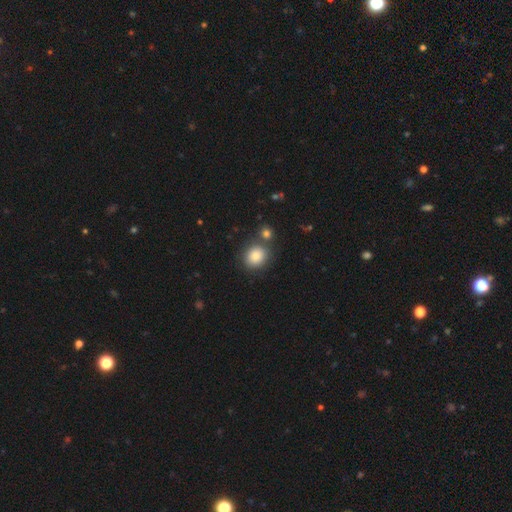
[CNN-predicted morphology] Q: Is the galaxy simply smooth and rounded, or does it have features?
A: smooth — 84%.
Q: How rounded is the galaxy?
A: round — 74%.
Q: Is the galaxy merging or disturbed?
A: none — 71%.